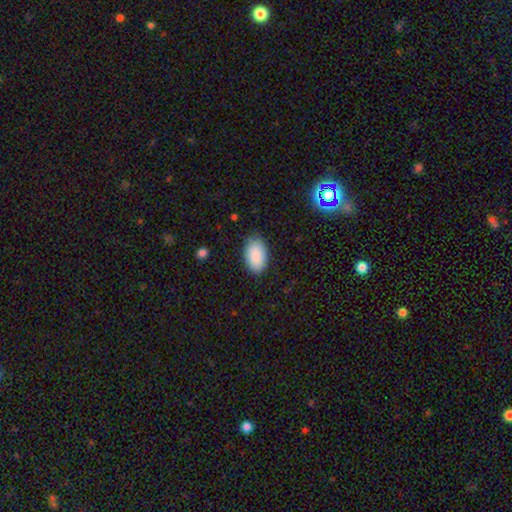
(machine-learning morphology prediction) Smooth or featured? Predicted: smooth (p=0.90). How rounded? Predicted: in between (p=0.94). Merging? Predicted: none (p=0.83).